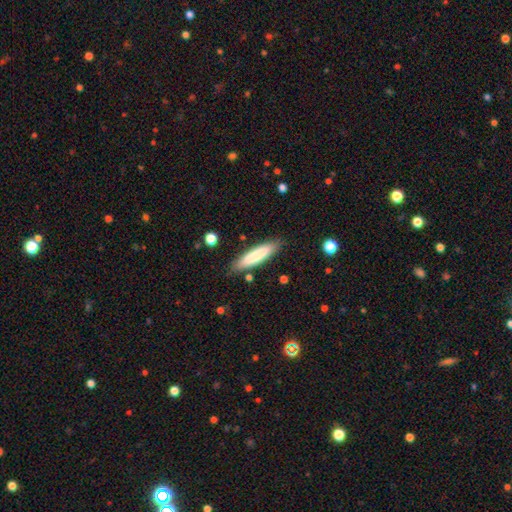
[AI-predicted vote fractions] smooth 80%, featured or disk 15%, star or artifact 6%. Down the decision tree: how rounded — cigar-shaped (78%); merging — none (85%).